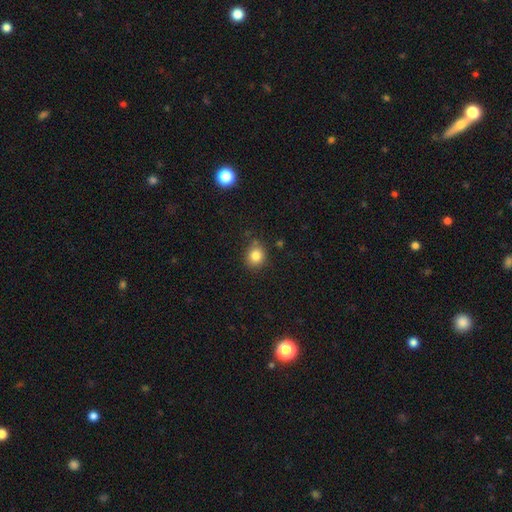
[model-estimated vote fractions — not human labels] Smooth or featured? smooth (83%)
How rounded? round (78%)
Merging? none (80%)